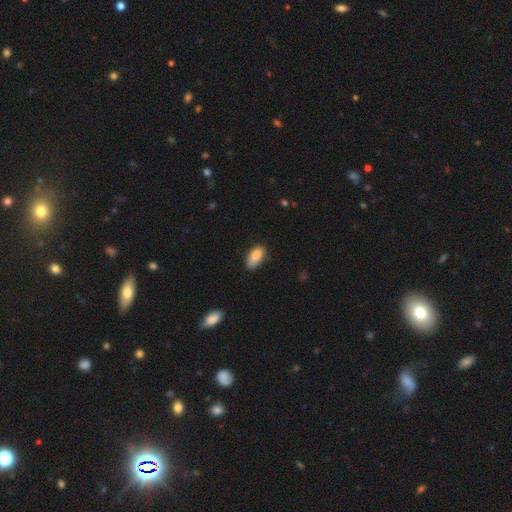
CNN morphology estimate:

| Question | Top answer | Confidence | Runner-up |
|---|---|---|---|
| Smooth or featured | smooth | 88% | star or artifact (7%) |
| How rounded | in between | 91% | cigar-shaped (7%) |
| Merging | none | 77% | minor disturbance (18%) |